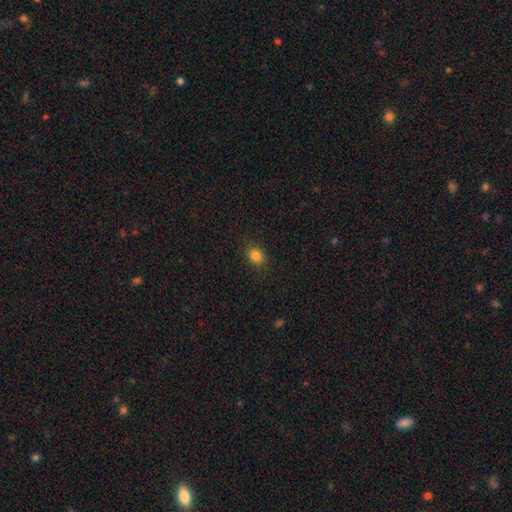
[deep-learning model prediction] Overall: smooth (83%). How rounded: round (67%; in between 31%). Merging: none (86%).